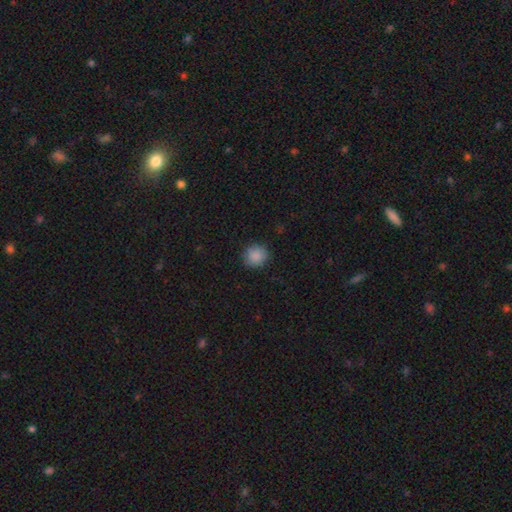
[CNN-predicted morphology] Smooth or featured? Predicted: smooth (p=0.88). How rounded? Predicted: round (p=0.91). Merging? Predicted: none (p=0.90).